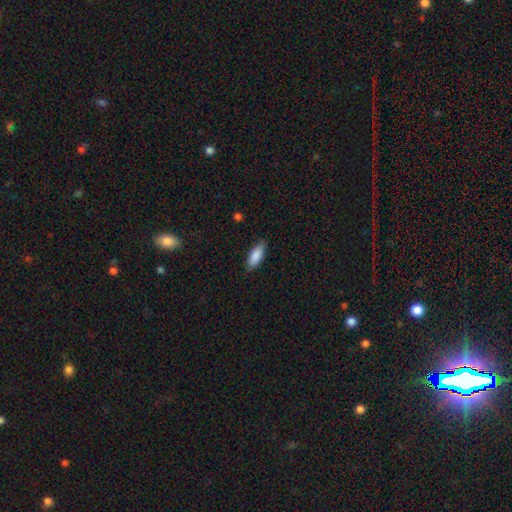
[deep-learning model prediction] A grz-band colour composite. It shows a smooth galaxy with no disk features (86%) that is in between round and cigar-shaped (72%). Merging: none (84%).